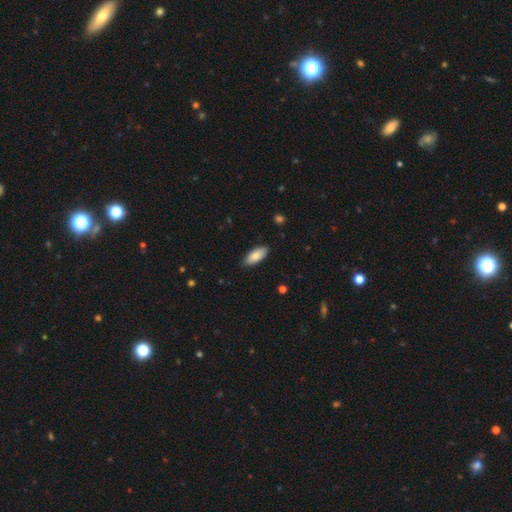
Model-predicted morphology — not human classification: smooth_or_featured: smooth (p=0.83) [alt: featured or disk p=0.11]
how_rounded: in between (p=0.83) [alt: cigar-shaped p=0.15]
merging: none (p=0.85) [alt: minor disturbance p=0.12]